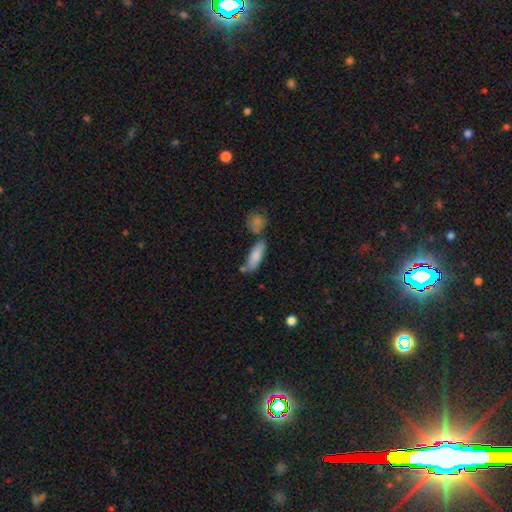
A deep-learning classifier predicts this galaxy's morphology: Q: Smooth or featured?
A: smooth (83%); runner-up: featured or disk (11%)
Q: How rounded?
A: in between (58%); runner-up: cigar-shaped (39%)
Q: Merging?
A: none (63%); runner-up: merger (16%)